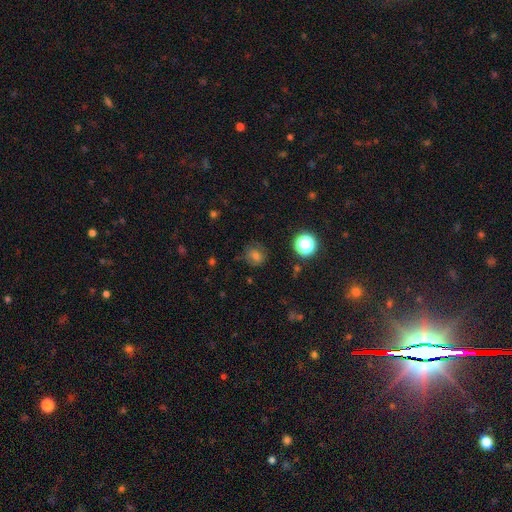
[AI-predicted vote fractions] Smooth or featured: smooth — 66% (star or artifact — 21%)
How rounded: round — 77% (in between — 22%)
Merging: none — 74% (minor disturbance — 17%)